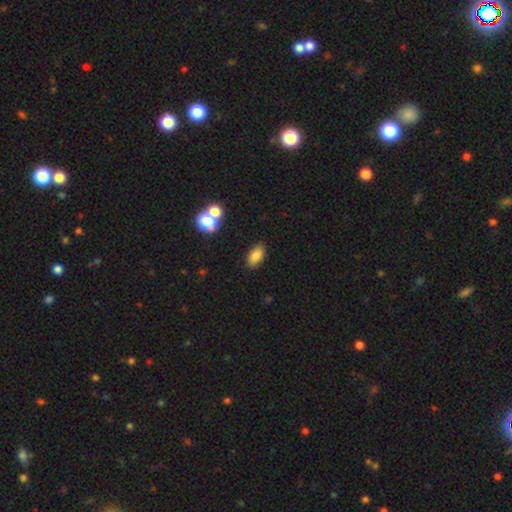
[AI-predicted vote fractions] Smooth or featured?
  - smooth: 83% *
  - star or artifact: 10%
  - featured or disk: 8%
How rounded?
  - in between: 91% *
  - round: 5%
  - cigar-shaped: 4%
Merging?
  - none: 84% *
  - minor disturbance: 10%
  - merger: 4%
  - major disturbance: 3%